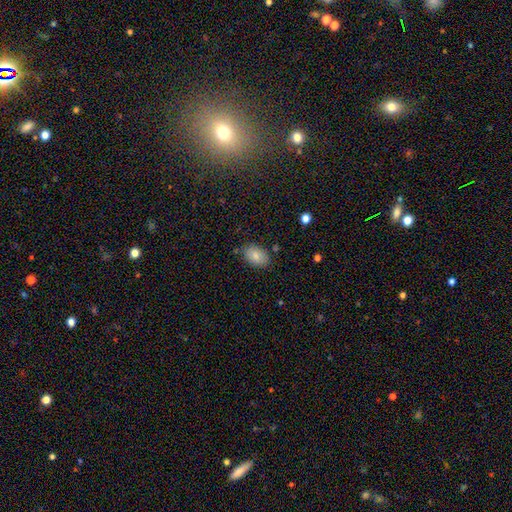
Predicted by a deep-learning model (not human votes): The model was most divided on "merging": none: 82%, minor disturbance: 13%, major disturbance: 3%, merger: 2%. More confident: how rounded — in between (90%); smooth or featured — smooth (83%).